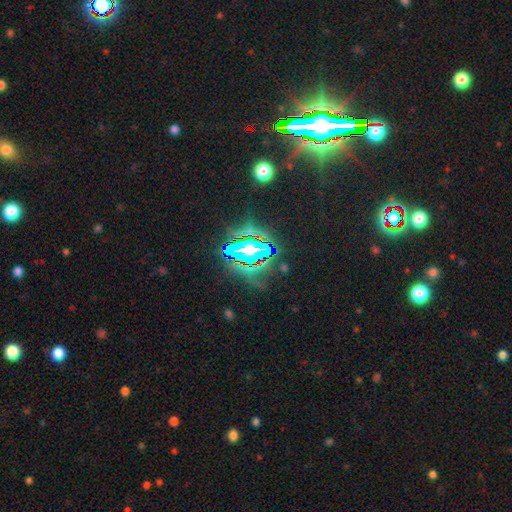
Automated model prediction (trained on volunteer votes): A star or artifact, not a galaxy (85%).

Vote fractions:
- Smooth or featured? star or artifact: 85% / featured or disk: 8% / smooth: 8%